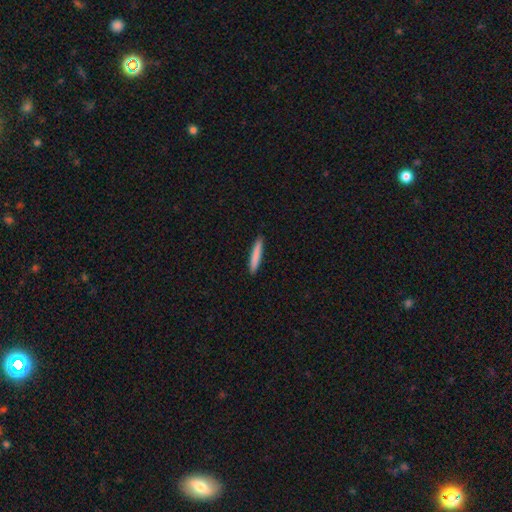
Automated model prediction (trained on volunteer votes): The model was most divided on "smooth or featured": smooth: 82%, featured or disk: 12%, star or artifact: 6%. More confident: how rounded — cigar-shaped (94%); merging — none (91%).